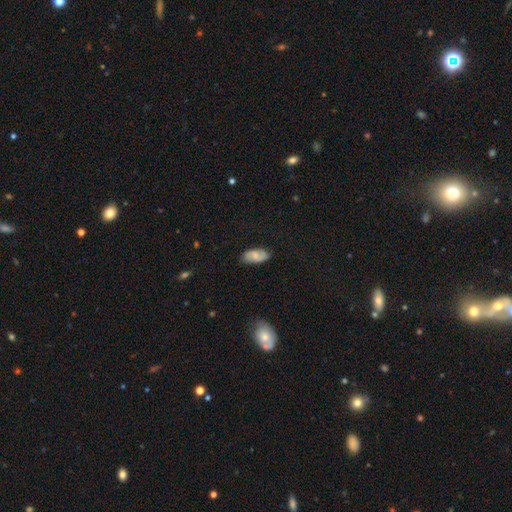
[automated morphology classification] type=smooth (57%); roundness=in between (92%); merging=none (78%).